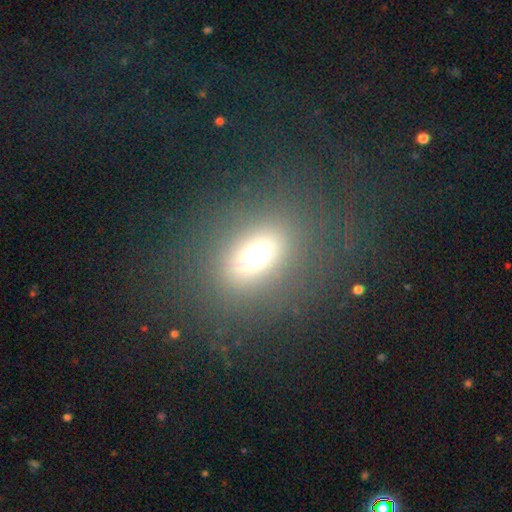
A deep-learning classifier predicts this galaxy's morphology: smooth 64%, star or artifact 22%, featured or disk 14%. Down the decision tree: how rounded — in between (51%); merging — none (81%).